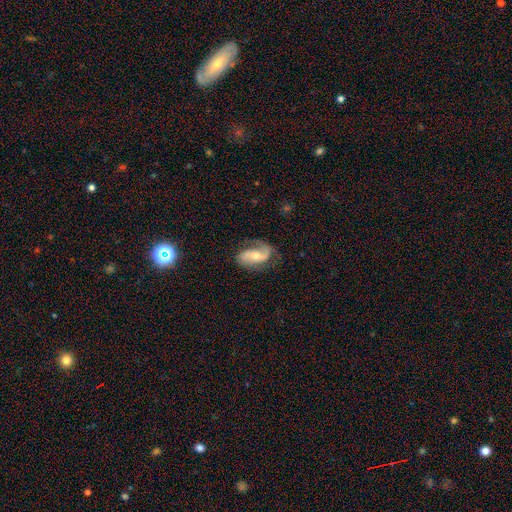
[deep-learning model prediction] This is likely a featured or disk galaxy (78%). It is clearly not viewed edge-on (96%). Bar: marginally no (45%). Spiral arm pattern: clearly yes (93%). Spiral arm count: clearly 2 (80%). Spiral winding: possibly loose (48%). Central bulge: possibly moderate (52%). Merging: likely none (64%).